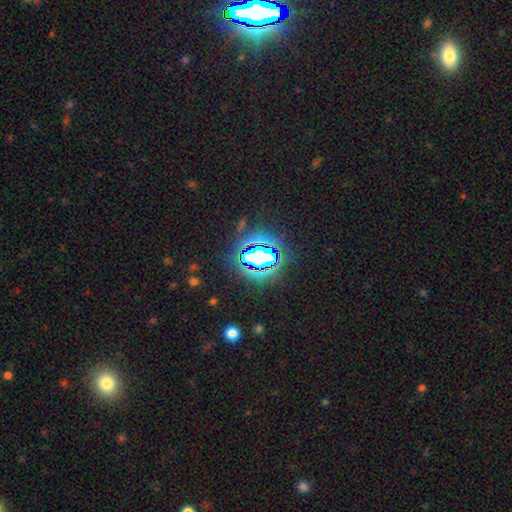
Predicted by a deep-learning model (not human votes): Morphology: type=star or artifact (78%).